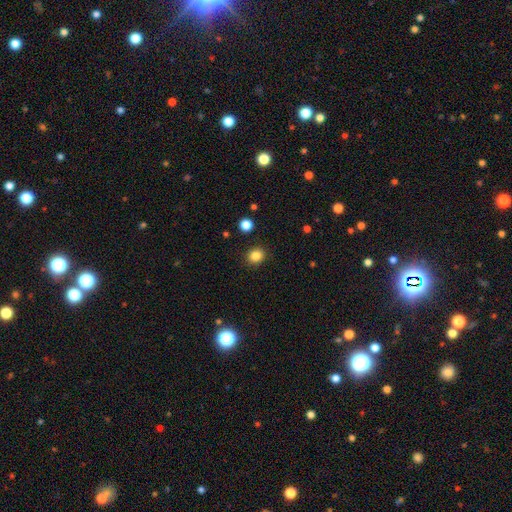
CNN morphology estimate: The model was most divided on "how rounded": round: 77%, in between: 22%, cigar-shaped: 1%. More confident: merging — none (90%); smooth or featured — smooth (84%).